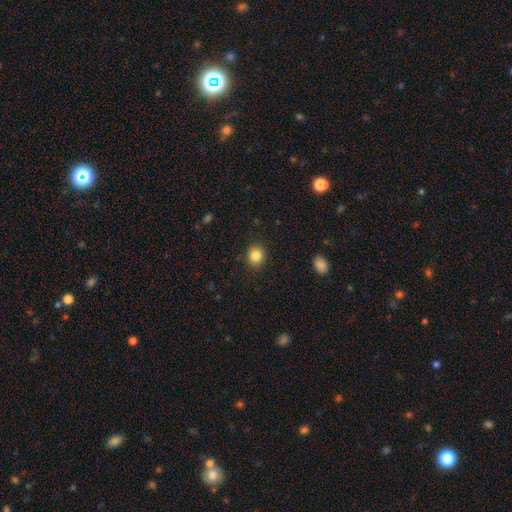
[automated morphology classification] smooth-or-featured: smooth: 84% | star or artifact: 10% | featured or disk: 6%
  how-rounded: round: 74% | in between: 25% | cigar-shaped: 1%
  merging: none: 89% | minor disturbance: 8% | major disturbance: 2% | merger: 1%